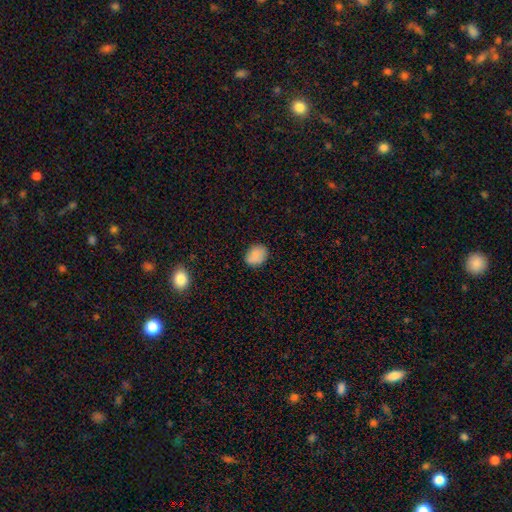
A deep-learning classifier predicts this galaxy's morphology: Smooth or featured?
  - smooth: 86% *
  - star or artifact: 9%
  - featured or disk: 5%
How rounded?
  - in between: 59% *
  - round: 40%
  - cigar-shaped: 1%
Merging?
  - none: 83% *
  - minor disturbance: 14%
  - major disturbance: 3%
  - merger: 1%